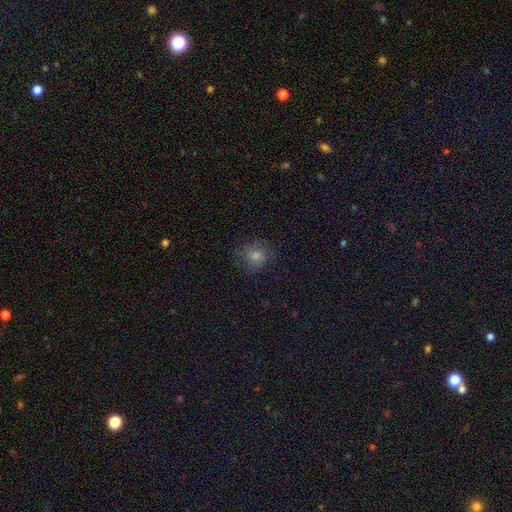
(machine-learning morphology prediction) smooth_or_featured: smooth (p=0.50) [alt: featured or disk p=0.29]
how_rounded: round (p=0.83) [alt: in between p=0.15]
merging: none (p=0.75) [alt: minor disturbance p=0.16]